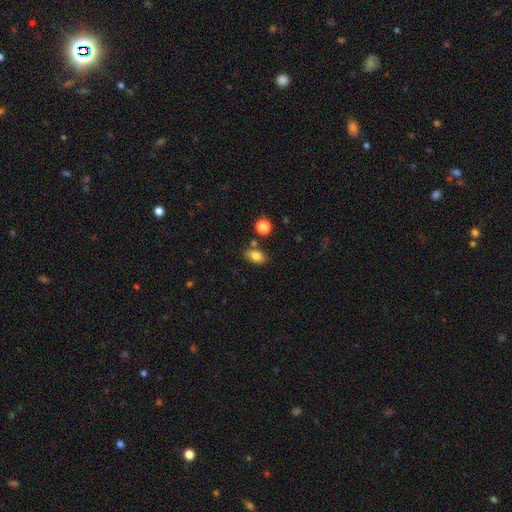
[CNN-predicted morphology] A smooth galaxy with no disk features (82%) that is in between round and cigar-shaped (84%). Merging: none (77%).